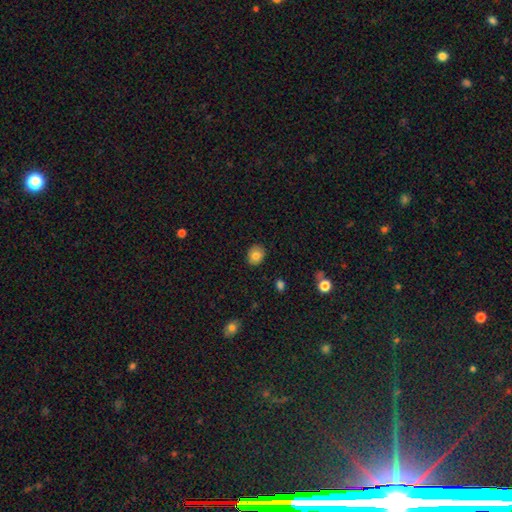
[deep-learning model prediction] Morphology: type=smooth (81%); roundness=round (64%); merging=none (89%).